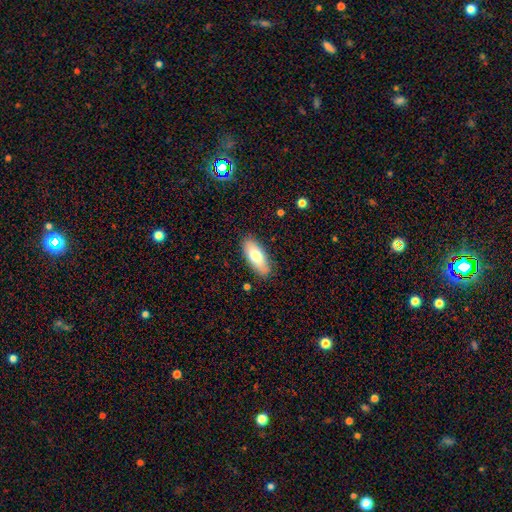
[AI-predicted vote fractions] Smooth or featured?
  - smooth: 73% *
  - featured or disk: 21%
  - star or artifact: 6%
How rounded?
  - in between: 83% *
  - cigar-shaped: 15%
  - round: 2%
Merging?
  - none: 86% *
  - minor disturbance: 11%
  - major disturbance: 2%
  - merger: 1%